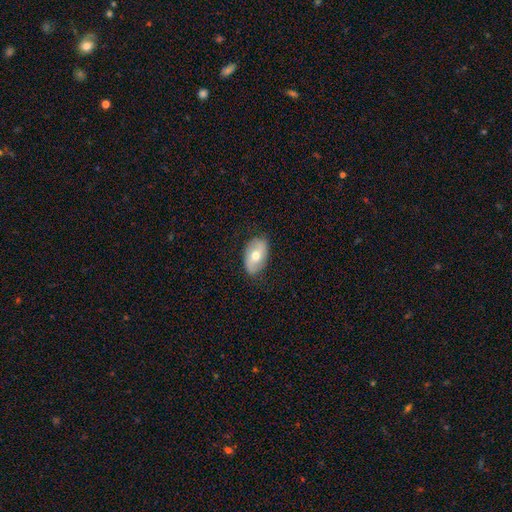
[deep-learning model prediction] The model was most divided on "smooth or featured": smooth: 52%, featured or disk: 42%, star or artifact: 6%. More confident: how rounded — in between (90%); merging — none (81%).